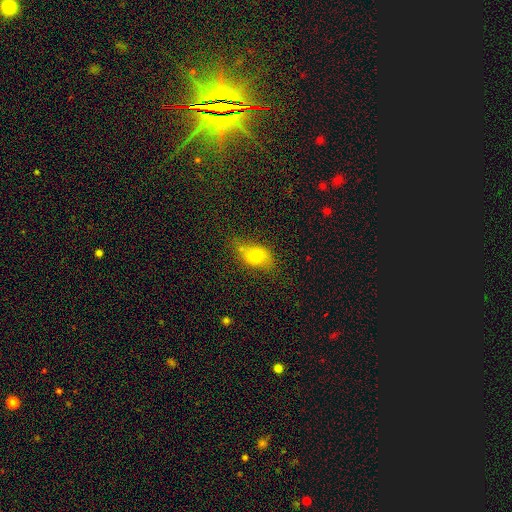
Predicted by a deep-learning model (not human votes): Q: Smooth or featured?
A: smooth (72%); runner-up: featured or disk (17%)
Q: How rounded?
A: in between (71%); runner-up: round (25%)
Q: Merging?
A: none (56%); runner-up: minor disturbance (27%)